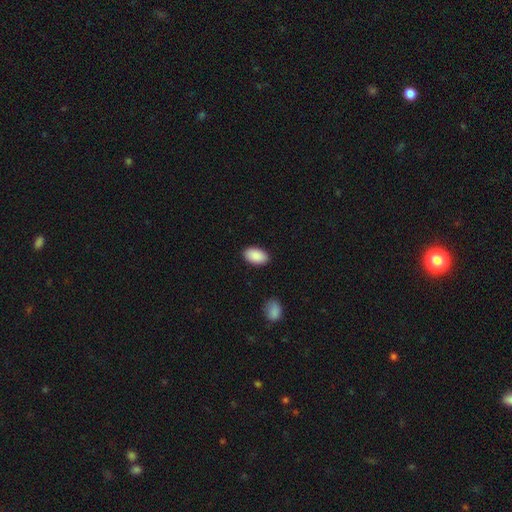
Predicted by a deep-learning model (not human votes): This appears to be a smooth galaxy with no disk features (90%) that is in between round and cigar-shaped (95%). Merging: none (89%).